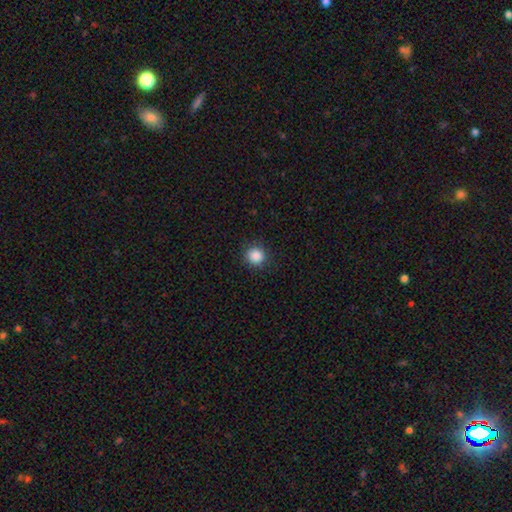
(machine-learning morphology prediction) smooth_or_featured: smooth (p=0.87) [alt: star or artifact p=0.10]
how_rounded: round (p=0.93) [alt: in between p=0.06]
merging: none (p=0.91) [alt: minor disturbance p=0.06]